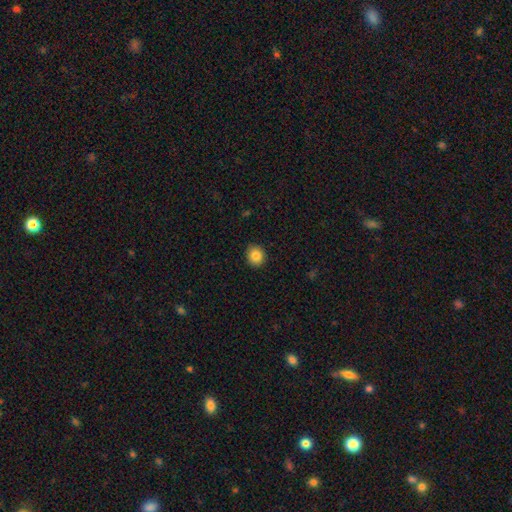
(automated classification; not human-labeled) The model was most divided on "how rounded": round: 80%, in between: 19%, cigar-shaped: 1%. More confident: merging — none (89%); smooth or featured — smooth (85%).